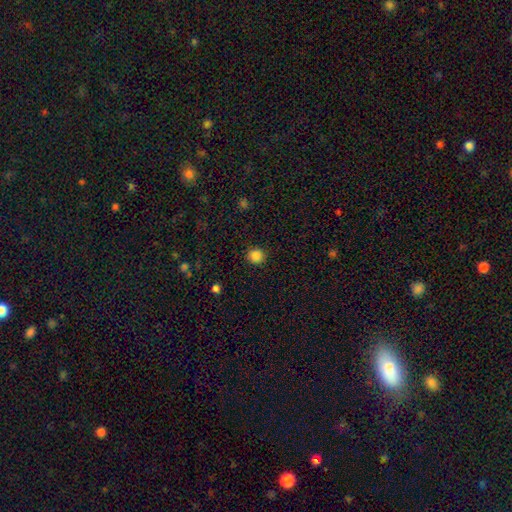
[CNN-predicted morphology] smooth-or-featured: smooth: 85% | star or artifact: 11% | featured or disk: 3%
  how-rounded: round: 90% | in between: 9% | cigar-shaped: 1%
  merging: none: 91% | minor disturbance: 6% | major disturbance: 2% | merger: 1%